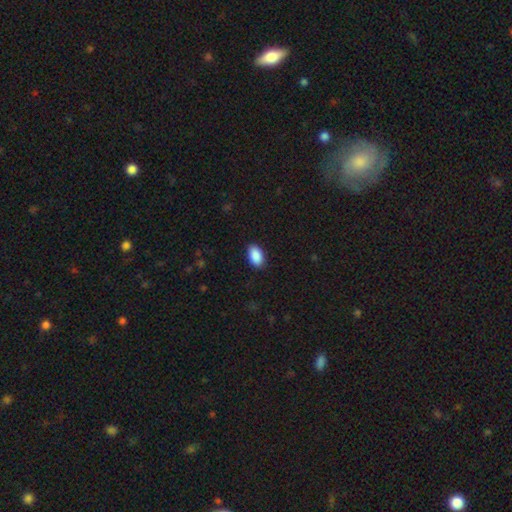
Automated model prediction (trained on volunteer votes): smooth_or_featured: smooth (p=0.91) [alt: star or artifact p=0.07]
how_rounded: in between (p=0.94) [alt: round p=0.04]
merging: none (p=0.89) [alt: minor disturbance p=0.08]